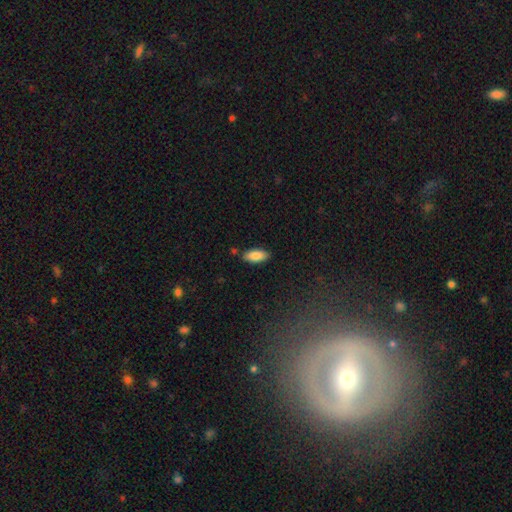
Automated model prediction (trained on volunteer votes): smooth 85%, featured or disk 8%, star or artifact 7%. Down the decision tree: how rounded — in between (86%); merging — none (83%).